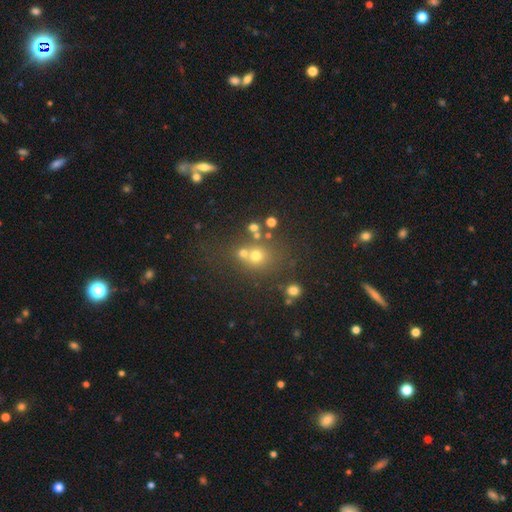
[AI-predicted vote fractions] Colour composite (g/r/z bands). It shows a smooth galaxy with no disk features (61%) that is round (82%). Merging: none (54%).